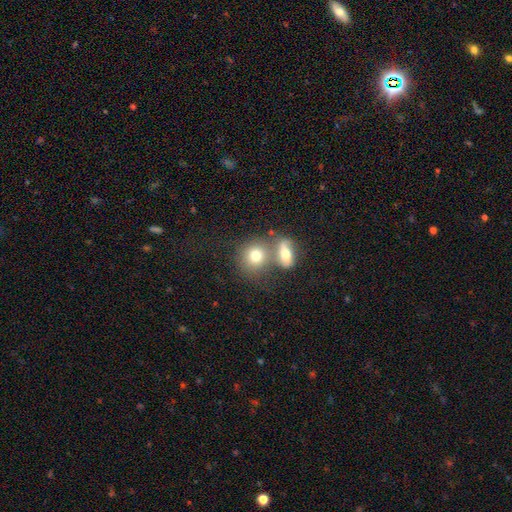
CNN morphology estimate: This appears to be a smooth galaxy with no disk features (75%) that is round (73%). Merging: none (43%).